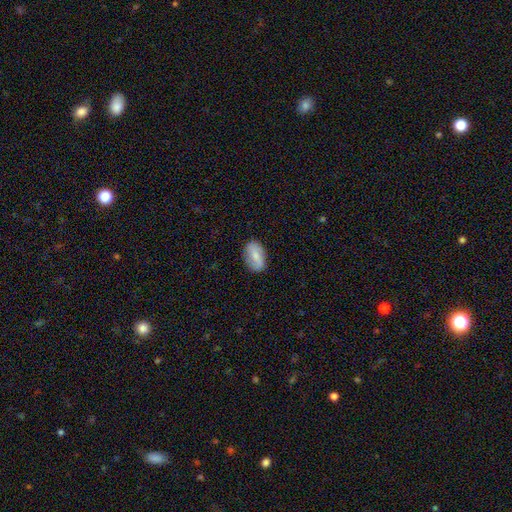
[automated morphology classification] Overall: smooth (70%). How rounded: in between (91%). Merging: none (81%).